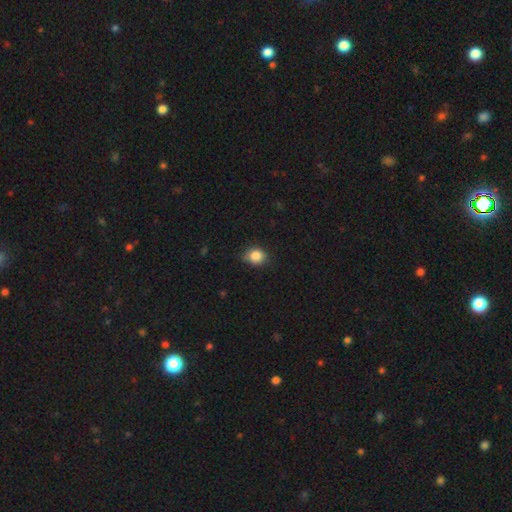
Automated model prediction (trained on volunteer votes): A smooth galaxy with no disk features (85%) that is round (69%).

Vote fractions:
- Smooth or featured? smooth: 85% / star or artifact: 10% / featured or disk: 5%
- How rounded? round: 69% / in between: 30% / cigar-shaped: 1%
- Merging? none: 70% / minor disturbance: 24% / major disturbance: 4% / merger: 2%